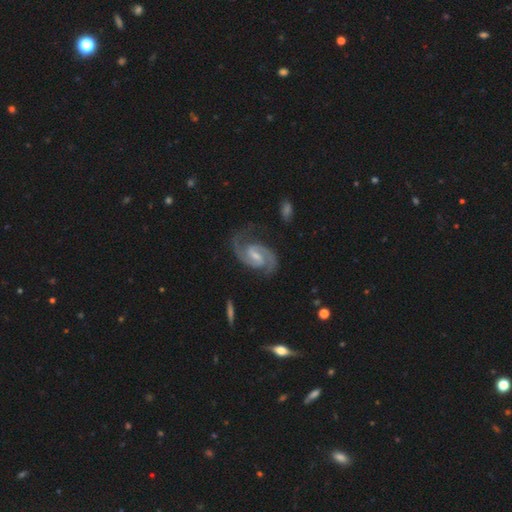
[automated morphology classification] Smooth or featured: featured or disk — 93% (star or artifact — 3%)
Edge-on disk: no — 98% (yes — 2%)
Bar: weak — 57% (strong — 29%)
Spiral arms: yes — 99% (no — 1%)
Spiral winding: medium — 60% (tight — 29%)
Spiral arm count: 2 — 94% (can't tell — 2%)
Bulge size: small — 51% (moderate — 35%)
Merging: none — 77% (minor disturbance — 16%)